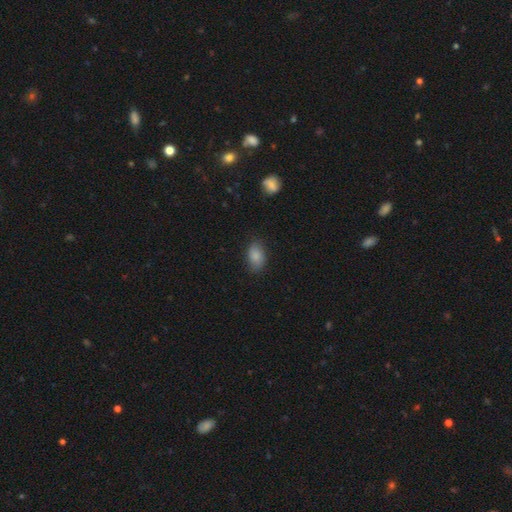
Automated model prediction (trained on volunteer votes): Smooth or featured?
  - smooth: 85% *
  - star or artifact: 8%
  - featured or disk: 7%
How rounded?
  - in between: 89% *
  - round: 9%
  - cigar-shaped: 2%
Merging?
  - none: 81% *
  - minor disturbance: 15%
  - major disturbance: 3%
  - merger: 1%